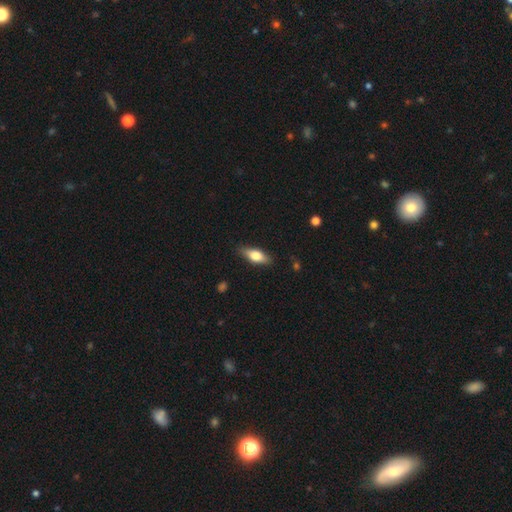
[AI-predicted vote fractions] Smooth or featured? smooth (67%)
How rounded? in between (72%)
Merging? none (85%)